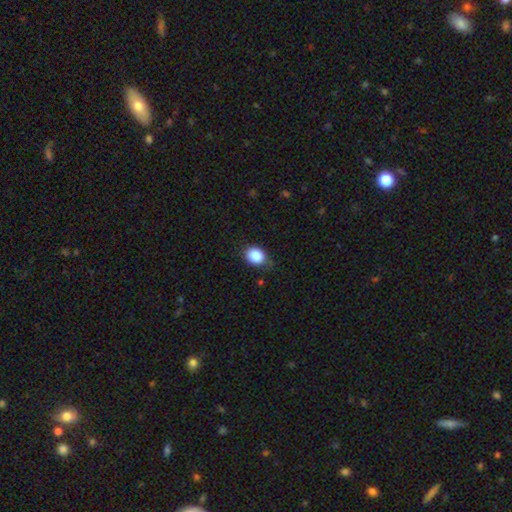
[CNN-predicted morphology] This is clearly a smooth galaxy (87%). How rounded: possibly in between (53%). Merging: likely none (71%).